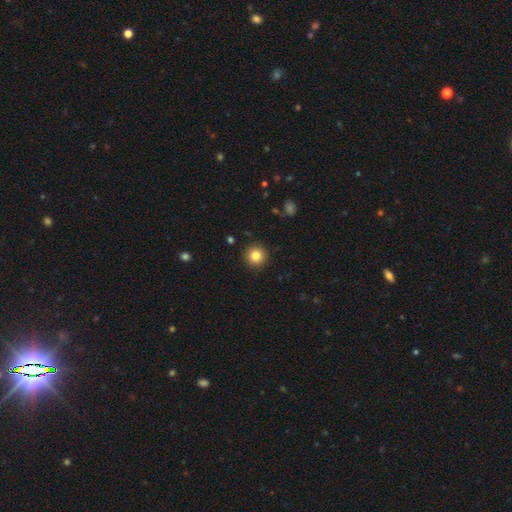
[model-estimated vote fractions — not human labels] Morphology: type=smooth (83%); roundness=round (95%); merging=none (92%).